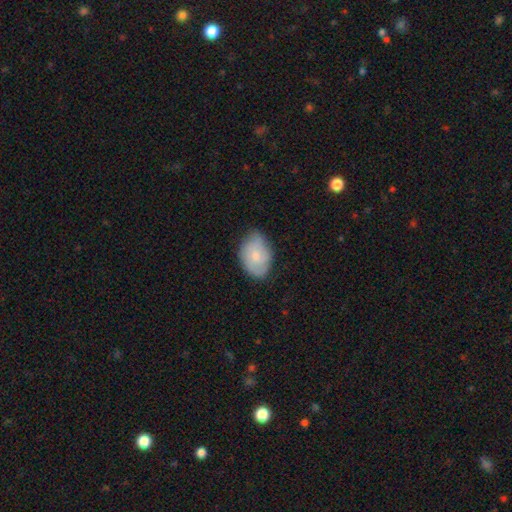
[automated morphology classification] A smooth galaxy with no disk features (66%) that is in between round and cigar-shaped (81%).

Vote fractions:
- Smooth or featured? smooth: 66% / featured or disk: 27% / star or artifact: 7%
- How rounded? in between: 81% / round: 18% / cigar-shaped: 1%
- Merging? none: 65% / minor disturbance: 28% / major disturbance: 5% / merger: 1%